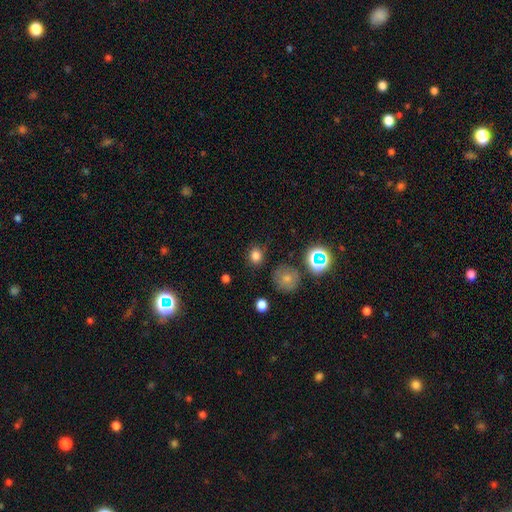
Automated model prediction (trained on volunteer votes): Morphology: type=smooth (78%); roundness=round (77%); merging=none (82%).